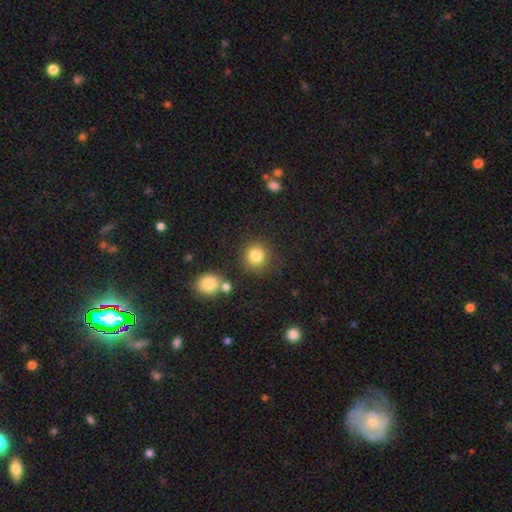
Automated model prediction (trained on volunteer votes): The model was most divided on "merging": none: 79%, minor disturbance: 10%, merger: 6%, major disturbance: 4%. More confident: how rounded — round (90%); smooth or featured — smooth (83%).